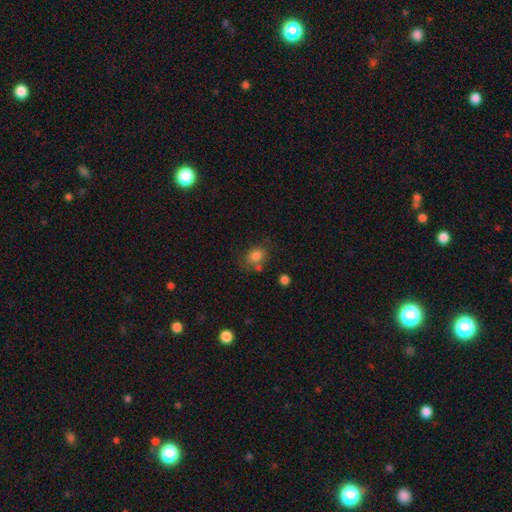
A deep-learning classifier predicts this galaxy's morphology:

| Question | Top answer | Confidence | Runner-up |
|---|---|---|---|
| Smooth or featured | smooth | 80% | star or artifact (11%) |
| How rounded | in between | 59% | round (39%) |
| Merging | none | 60% | minor disturbance (20%) |